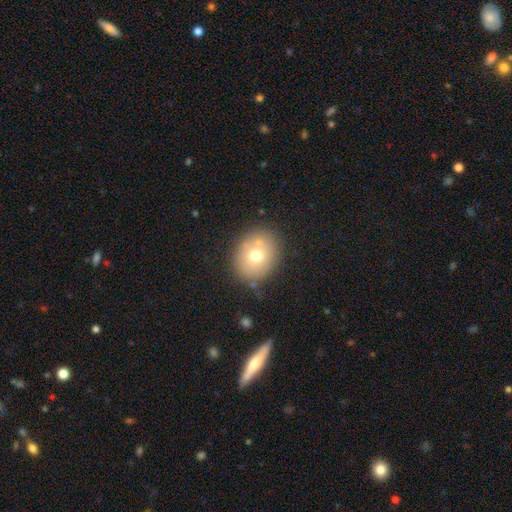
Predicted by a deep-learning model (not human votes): Smooth or featured: smooth — 69% (featured or disk — 20%)
How rounded: round — 58% (in between — 41%)
Merging: none — 72% (minor disturbance — 13%)